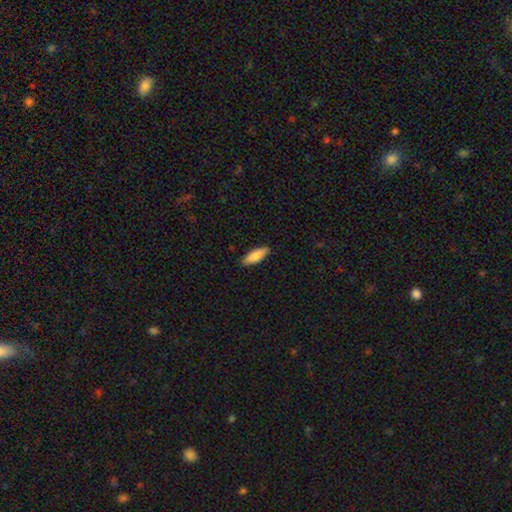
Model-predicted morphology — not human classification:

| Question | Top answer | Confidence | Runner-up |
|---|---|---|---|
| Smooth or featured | smooth | 86% | featured or disk (9%) |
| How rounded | in between | 56% | cigar-shaped (42%) |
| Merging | none | 87% | minor disturbance (10%) |